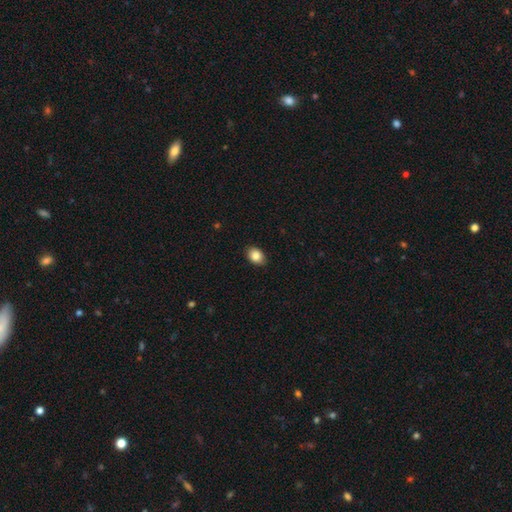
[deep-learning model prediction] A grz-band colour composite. It shows a smooth galaxy with no disk features (86%) that is in between round and cigar-shaped (76%). Merging: none (88%).